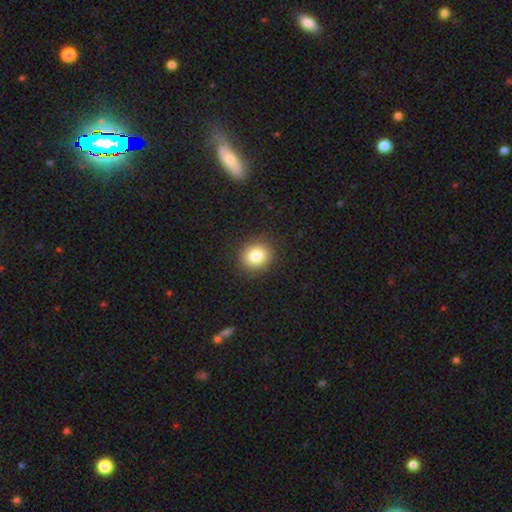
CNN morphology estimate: smooth-or-featured: smooth: 83% | star or artifact: 10% | featured or disk: 7%
  how-rounded: round: 84% | in between: 15% | cigar-shaped: 1%
  merging: none: 90% | minor disturbance: 7% | major disturbance: 2% | merger: 1%